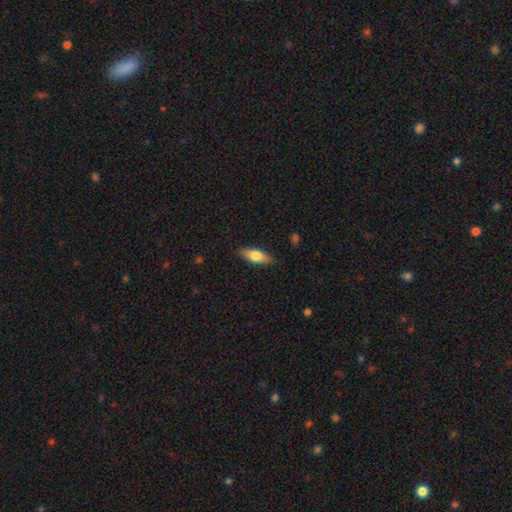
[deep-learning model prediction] Overall: smooth (68%). How rounded: in between (67%; cigar-shaped 30%). Merging: none (86%).